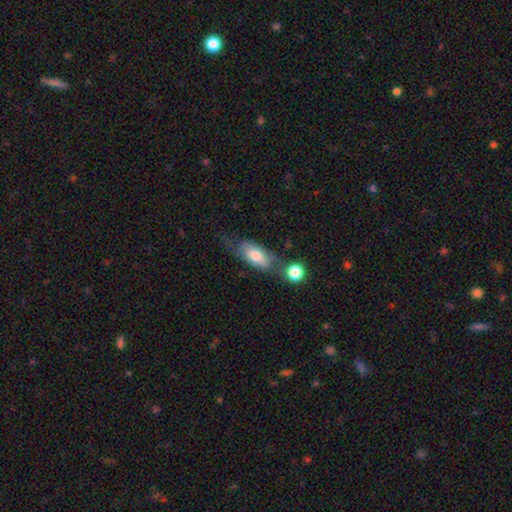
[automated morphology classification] A smooth galaxy with no disk features (67%) that is in between round and cigar-shaped (81%). Merging: none (43%).